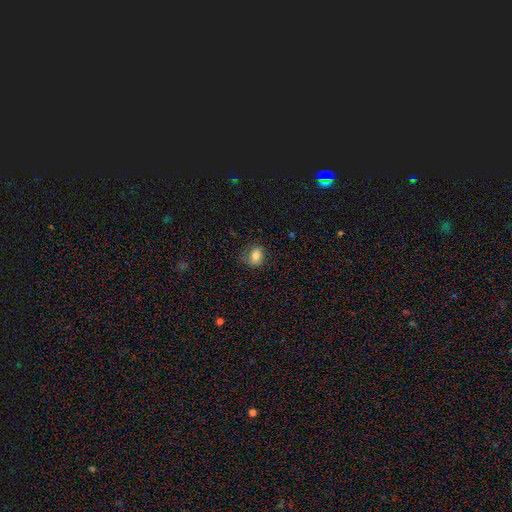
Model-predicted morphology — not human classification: A smooth galaxy with no disk features (77%) that is in between round and cigar-shaped (57%).

Vote fractions:
- Smooth or featured? smooth: 77% / featured or disk: 13% / star or artifact: 10%
- How rounded? in between: 57% / round: 42% / cigar-shaped: 1%
- Merging? none: 71% / minor disturbance: 21% / major disturbance: 7% / merger: 1%